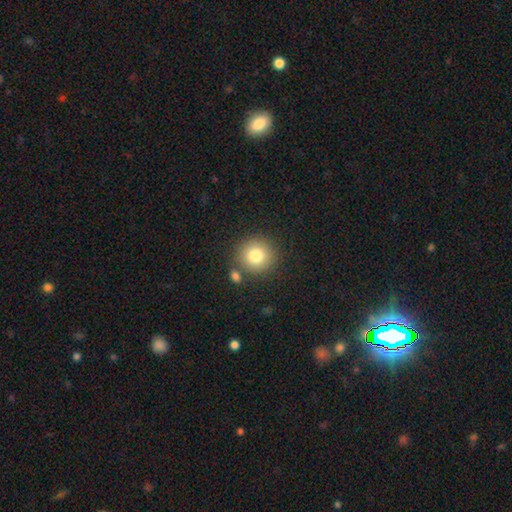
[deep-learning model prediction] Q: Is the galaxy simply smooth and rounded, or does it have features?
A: smooth — 80%.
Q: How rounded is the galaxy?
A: round — 92%.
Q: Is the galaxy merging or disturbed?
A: none — 79%.